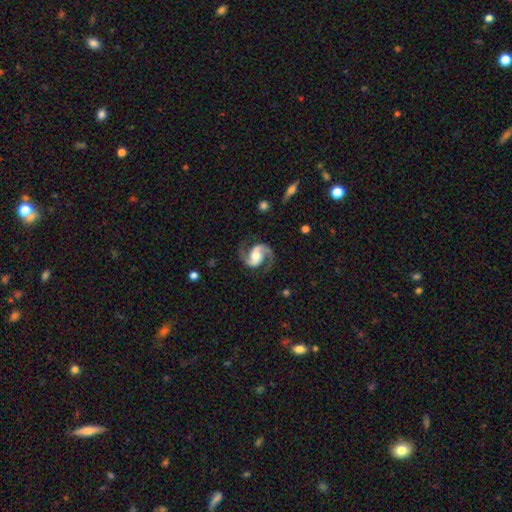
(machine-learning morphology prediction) A featured or disk galaxy (92%) with no bar (47%), 2 (94%) medium (61%) spiral arms (98%) and a moderate central bulge (52%). Merging: none (82%).